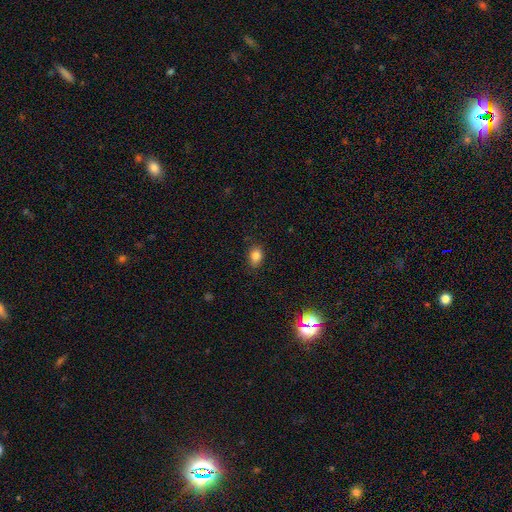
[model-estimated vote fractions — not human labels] smooth-or-featured: smooth: 83% | star or artifact: 11% | featured or disk: 6%
  how-rounded: in between: 72% | round: 26% | cigar-shaped: 1%
  merging: none: 82% | minor disturbance: 14% | major disturbance: 3% | merger: 1%